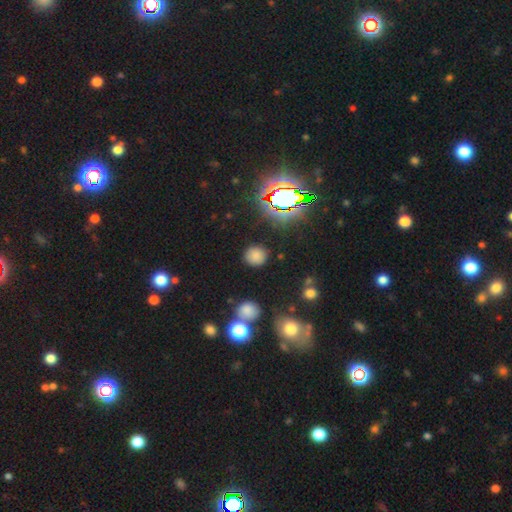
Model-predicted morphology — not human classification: smooth_or_featured: smooth (p=0.74) [alt: star or artifact p=0.20]
how_rounded: round (p=0.89) [alt: in between p=0.10]
merging: none (p=0.86) [alt: minor disturbance p=0.08]